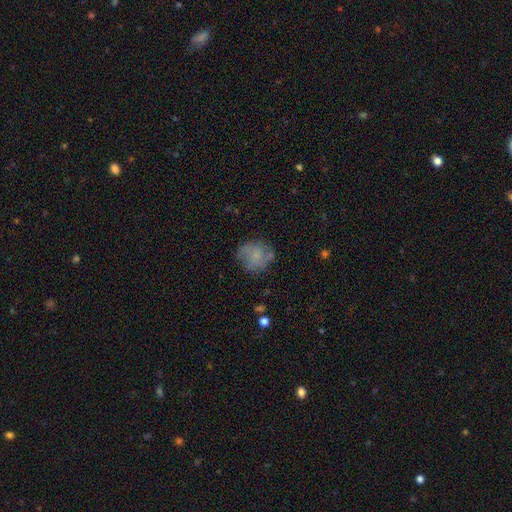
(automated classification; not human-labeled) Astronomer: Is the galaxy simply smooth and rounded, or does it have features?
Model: smooth — 56% (runner-up: featured or disk, 33%).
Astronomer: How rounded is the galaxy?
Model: round — 74%.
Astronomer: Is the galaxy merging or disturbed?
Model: none — 64%.